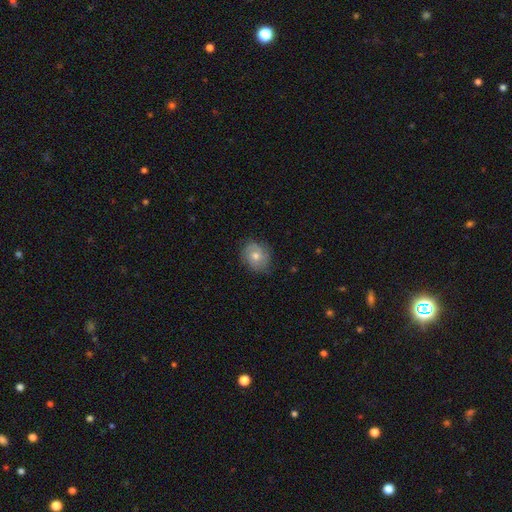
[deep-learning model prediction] Smooth or featured? featured or disk (46%)
Merging? none (78%)